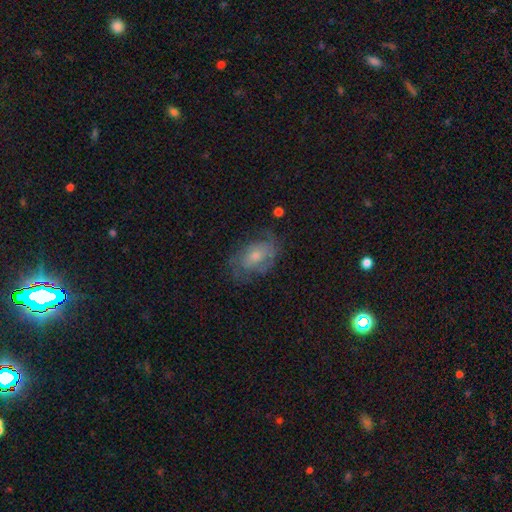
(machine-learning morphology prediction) Smooth or featured: featured or disk — 59% (smooth — 30%)
Edge-on disk: no — 95% (yes — 5%)
Bar: no — 68% (weak — 27%)
Spiral arms: yes — 76% (no — 24%)
Bulge size: moderate — 46% (small — 45%)
Merging: none — 64% (minor disturbance — 22%)